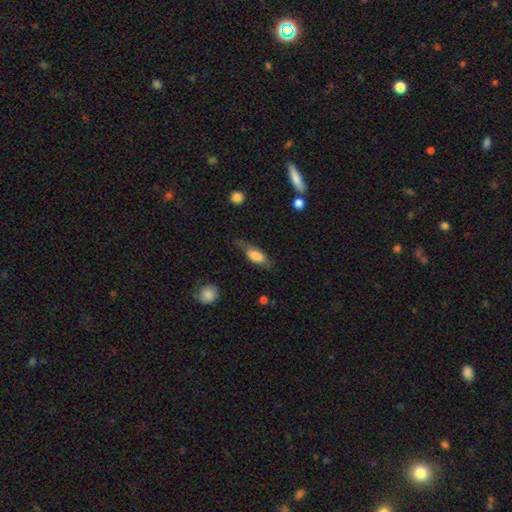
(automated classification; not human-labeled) smooth-or-featured: smooth: 67% | featured or disk: 26% | star or artifact: 7%
  how-rounded: in between: 70% | cigar-shaped: 27% | round: 3%
  merging: none: 64% | minor disturbance: 24% | major disturbance: 10% | merger: 2%